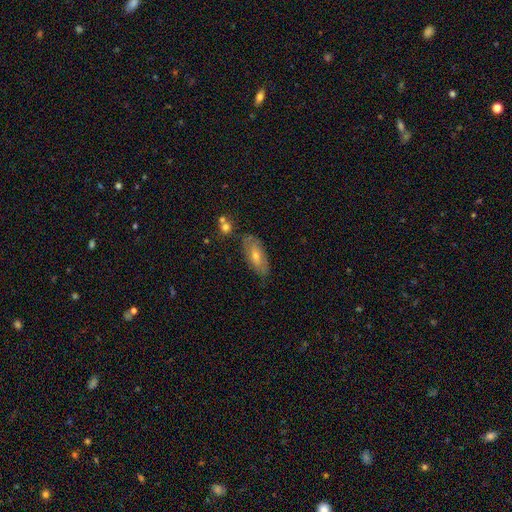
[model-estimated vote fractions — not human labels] A featured or disk galaxy (49%). Merging: none (75%).